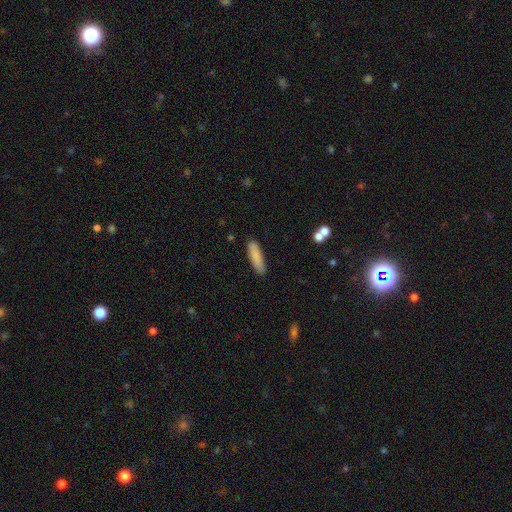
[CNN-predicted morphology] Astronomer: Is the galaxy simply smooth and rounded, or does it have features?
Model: smooth — 85%.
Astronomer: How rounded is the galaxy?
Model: cigar-shaped — 72%.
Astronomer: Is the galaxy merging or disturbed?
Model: none — 88%.